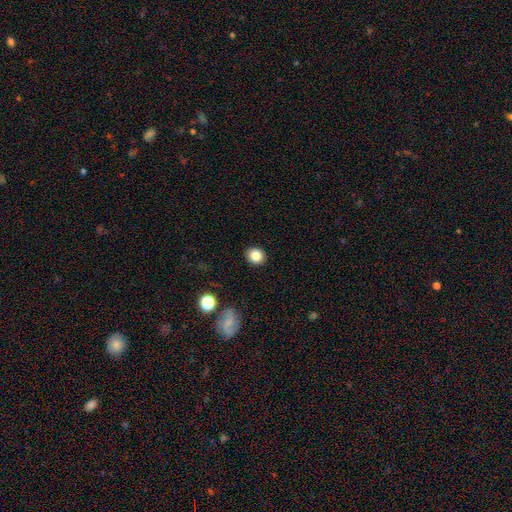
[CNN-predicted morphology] This appears to be a smooth galaxy with no disk features (84%) that is round (77%). Merging: none (91%).